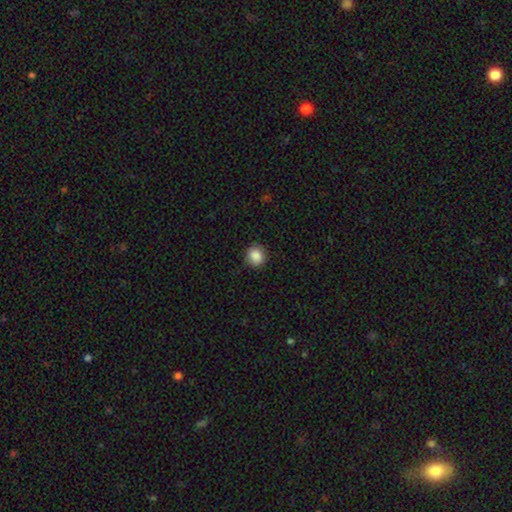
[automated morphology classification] Smooth or featured: smooth — 87% (star or artifact — 9%)
How rounded: round — 82% (in between — 17%)
Merging: none — 87% (minor disturbance — 10%)